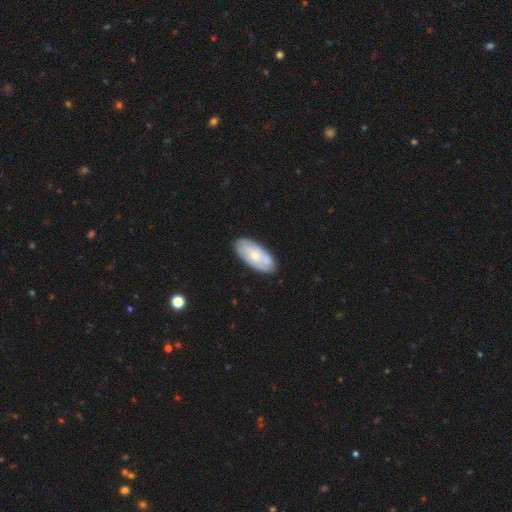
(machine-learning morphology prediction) A smooth galaxy with no disk features (54%) that is in between round and cigar-shaped (91%).

Vote fractions:
- Smooth or featured? smooth: 54% / featured or disk: 41% / star or artifact: 5%
- How rounded? in between: 91% / cigar-shaped: 7% / round: 2%
- Merging? none: 84% / minor disturbance: 12% / major disturbance: 2% / merger: 1%